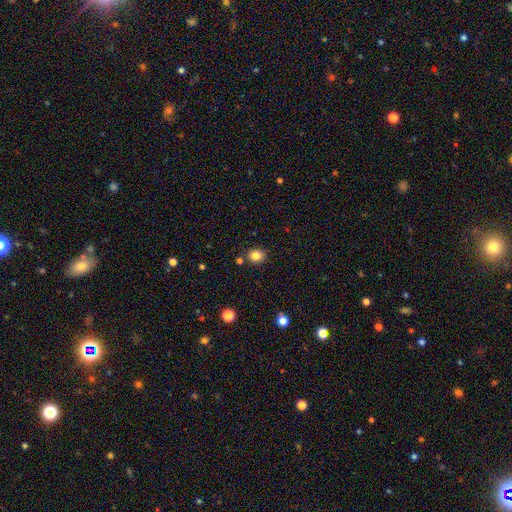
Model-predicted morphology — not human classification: smooth-or-featured: smooth: 83% | star or artifact: 12% | featured or disk: 5%
  how-rounded: round: 62% | in between: 38% | cigar-shaped: 1%
  merging: none: 82% | minor disturbance: 10% | merger: 6% | major disturbance: 3%